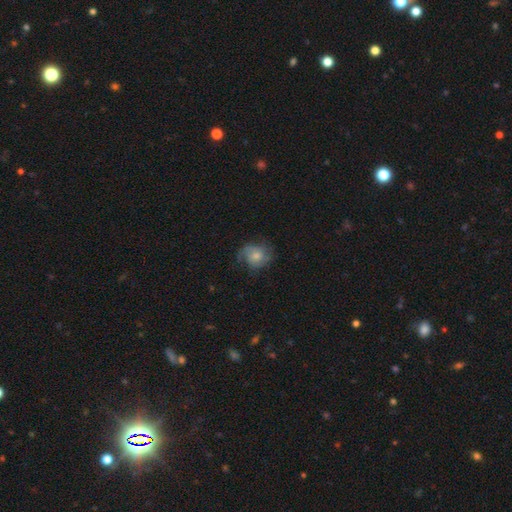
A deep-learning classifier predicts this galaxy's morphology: A smooth galaxy with no disk features (46%, tied with featured or disk). Merging: none (59%).